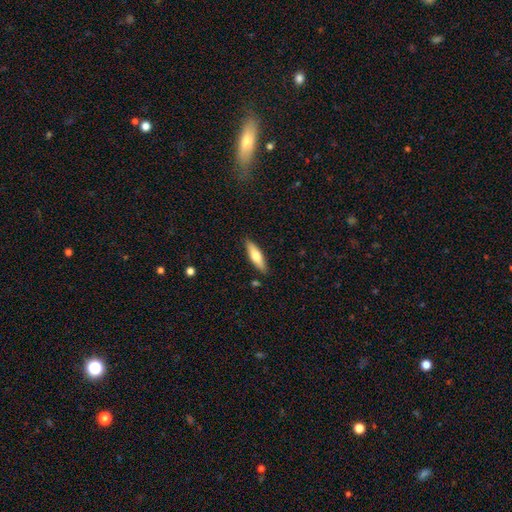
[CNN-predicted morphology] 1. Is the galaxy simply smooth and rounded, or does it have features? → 67% smooth, 28% featured or disk, 6% star or artifact.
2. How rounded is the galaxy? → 60% cigar-shaped, 38% in between, 2% round.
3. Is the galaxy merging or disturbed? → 87% none, 10% minor disturbance, 2% major disturbance, 2% merger.